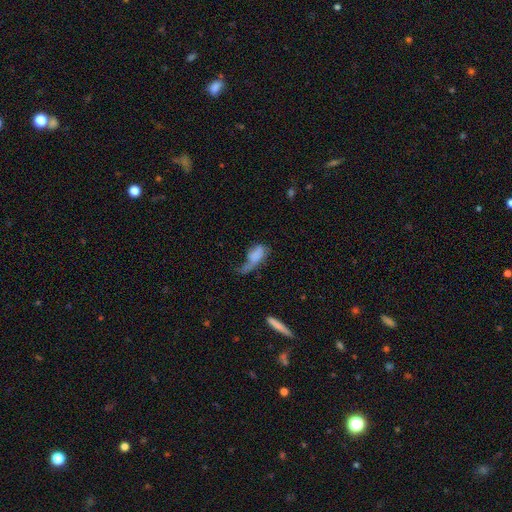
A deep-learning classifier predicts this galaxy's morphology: smooth-or-featured: smooth: 63% | featured or disk: 27% | star or artifact: 10%
  how-rounded: in between: 81% | cigar-shaped: 14% | round: 6%
  merging: major disturbance: 51% | minor disturbance: 21% | none: 18% | merger: 10%